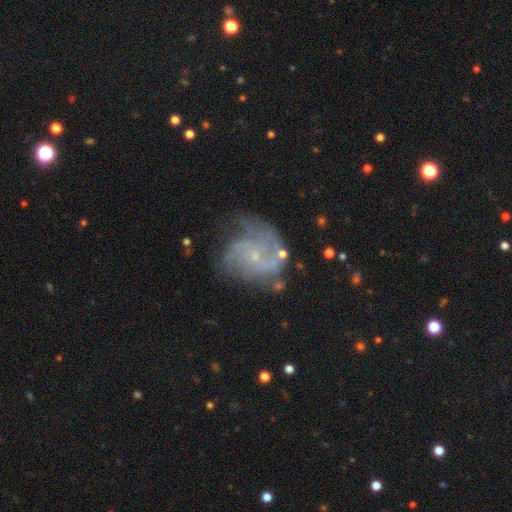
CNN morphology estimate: type=featured or disk (79%); edge-on=no (98%); bar=no (68%); spiral arms=yes (91%); winding=medium (46%); arm count=2 (29%); bulge=small (82%); merging=none (56%).